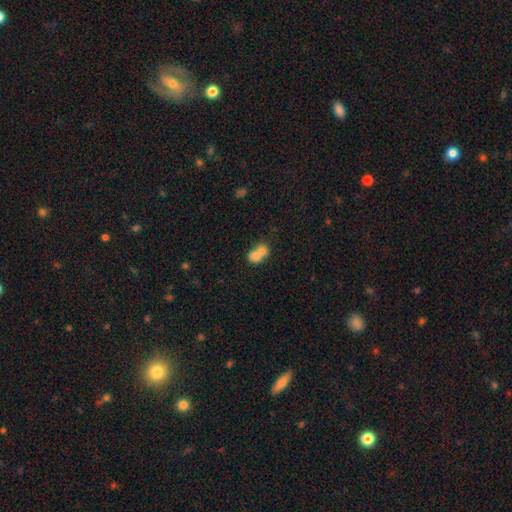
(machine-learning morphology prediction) Smooth or featured? Predicted: smooth (p=0.72). How rounded? Predicted: round (p=0.60). Merging? Predicted: merger (p=0.71).